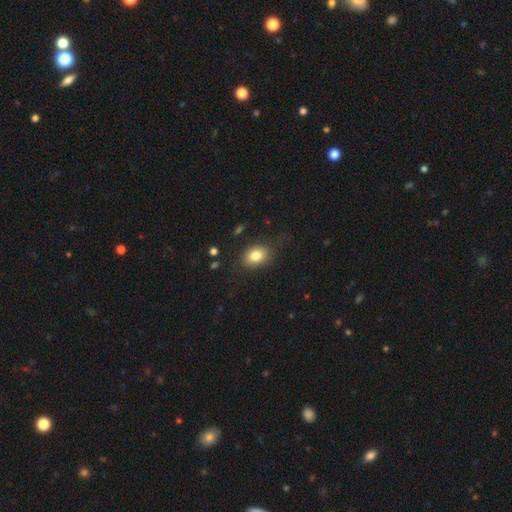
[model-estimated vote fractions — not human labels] Smooth or featured? smooth (81%)
How rounded? in between (64%)
Merging? none (81%)